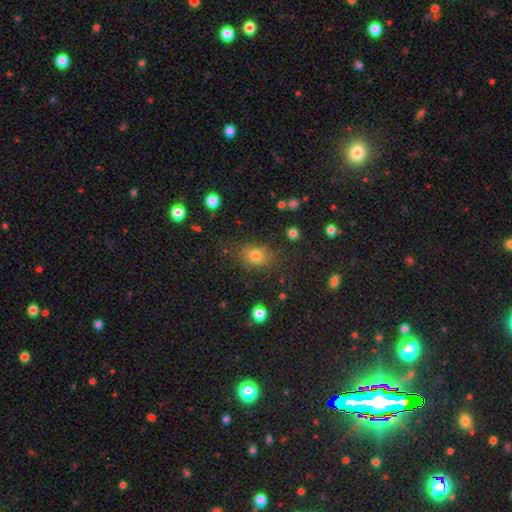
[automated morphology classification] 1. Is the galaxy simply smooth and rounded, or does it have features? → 78% smooth, 14% star or artifact, 8% featured or disk.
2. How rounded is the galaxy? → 56% in between, 43% round, 2% cigar-shaped.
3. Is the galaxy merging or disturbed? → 78% none, 14% minor disturbance, 5% major disturbance, 3% merger.